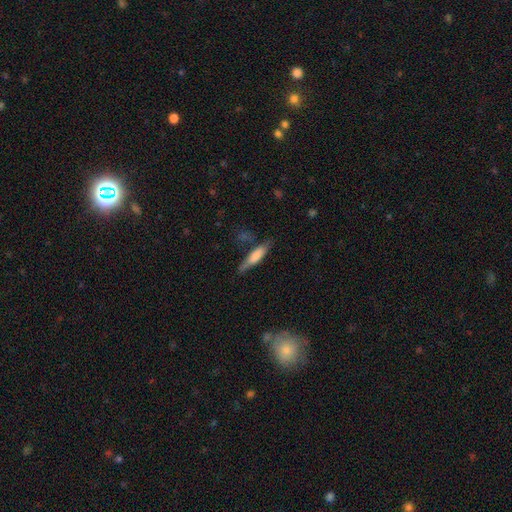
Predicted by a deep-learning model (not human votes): Morphology: type=smooth (66%); roundness=cigar-shaped (74%); merging=none (62%).